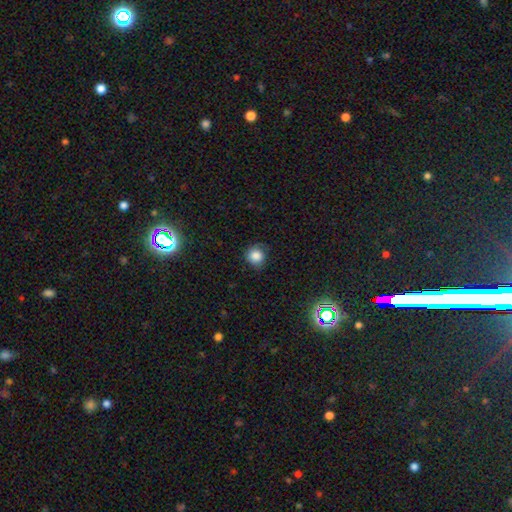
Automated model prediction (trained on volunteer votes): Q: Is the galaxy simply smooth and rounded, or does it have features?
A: smooth — 82%.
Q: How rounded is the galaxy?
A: round — 87%.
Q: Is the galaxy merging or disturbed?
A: none — 71%.